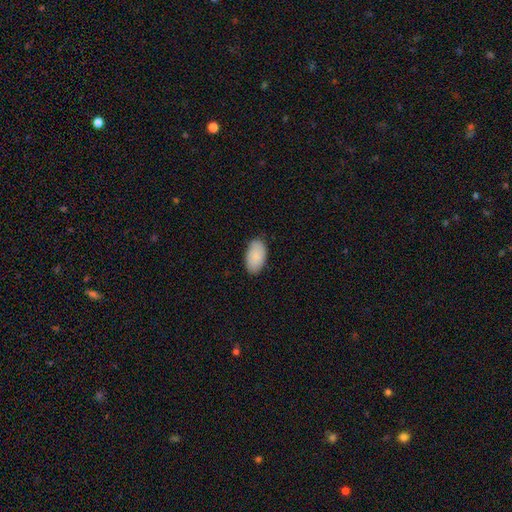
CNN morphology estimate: smooth-or-featured: smooth: 89% | star or artifact: 6% | featured or disk: 5%
  how-rounded: in between: 95% | round: 3% | cigar-shaped: 2%
  merging: none: 85% | minor disturbance: 12% | major disturbance: 2% | merger: 1%